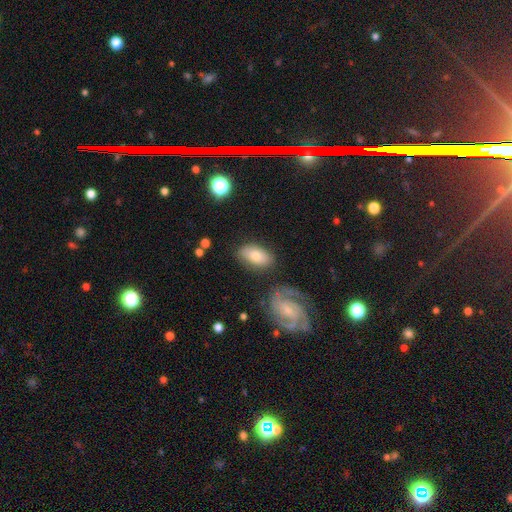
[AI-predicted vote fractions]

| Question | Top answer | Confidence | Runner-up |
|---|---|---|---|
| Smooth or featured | smooth | 63% | featured or disk (29%) |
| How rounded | in between | 91% | round (6%) |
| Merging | none | 74% | minor disturbance (15%) |